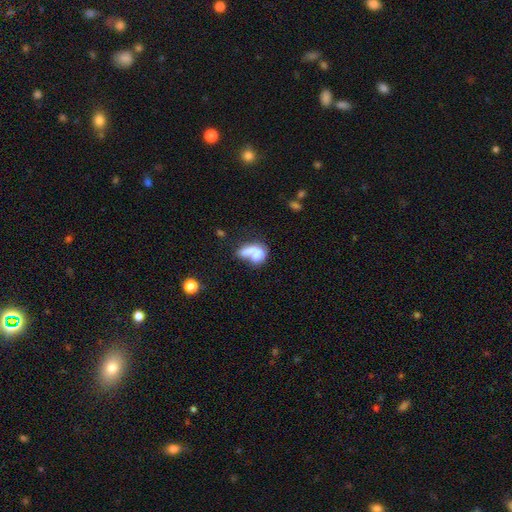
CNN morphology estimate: This appears to be a smooth galaxy with no disk features (62%) that is in between round and cigar-shaped (71%). Merging: merger (51%).